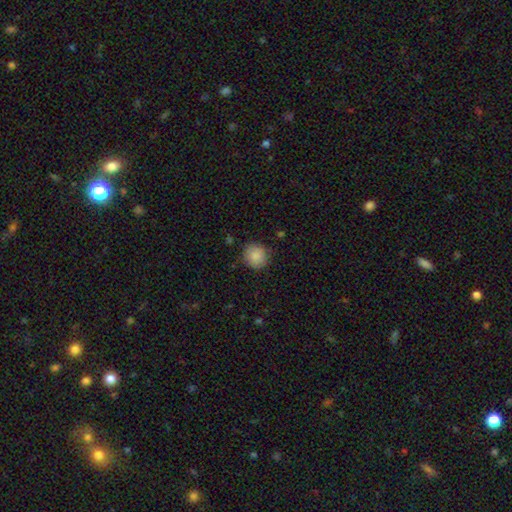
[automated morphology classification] Smooth or featured? Predicted: smooth (p=0.87). How rounded? Predicted: round (p=0.89). Merging? Predicted: none (p=0.84).